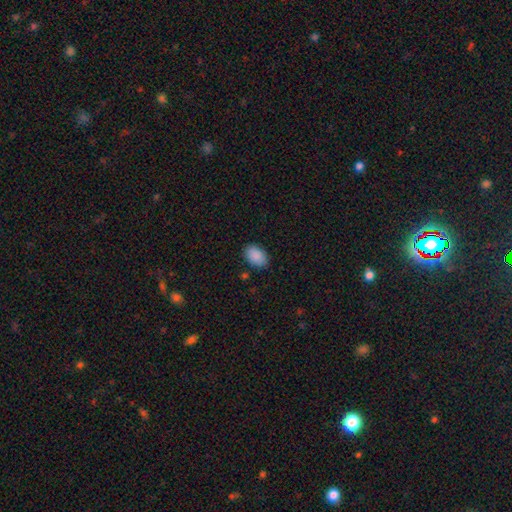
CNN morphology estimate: Smooth or featured?
  - smooth: 90% *
  - star or artifact: 7%
  - featured or disk: 3%
How rounded?
  - in between: 87% *
  - round: 12%
  - cigar-shaped: 1%
Merging?
  - none: 86% *
  - minor disturbance: 10%
  - major disturbance: 2%
  - merger: 1%